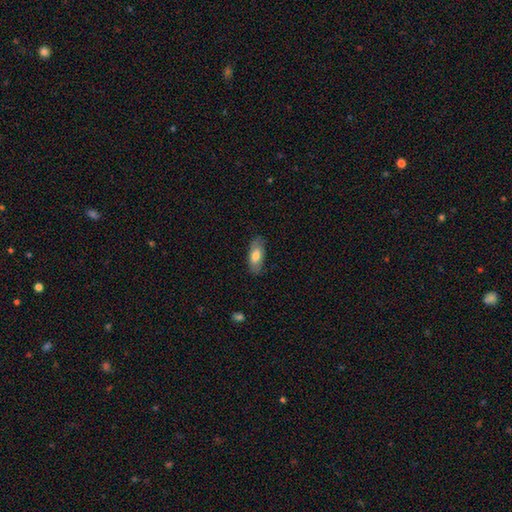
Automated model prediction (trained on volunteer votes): This appears to be a smooth galaxy with no disk features (73%) that is in between round and cigar-shaped (84%). Merging: none (79%).